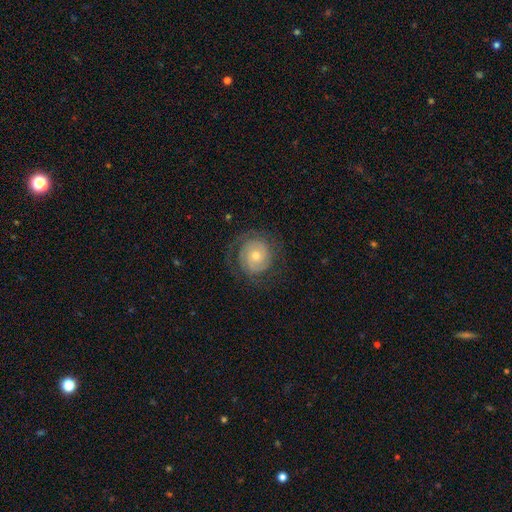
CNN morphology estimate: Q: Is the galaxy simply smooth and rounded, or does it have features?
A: featured or disk — 80%.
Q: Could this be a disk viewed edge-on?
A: no — 98%.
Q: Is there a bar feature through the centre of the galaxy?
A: no — 72%.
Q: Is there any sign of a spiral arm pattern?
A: yes — 95%.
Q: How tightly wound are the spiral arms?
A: tight — 71%.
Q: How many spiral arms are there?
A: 2 — 58%.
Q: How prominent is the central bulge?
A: moderate — 51%.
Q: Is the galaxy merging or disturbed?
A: none — 76%.